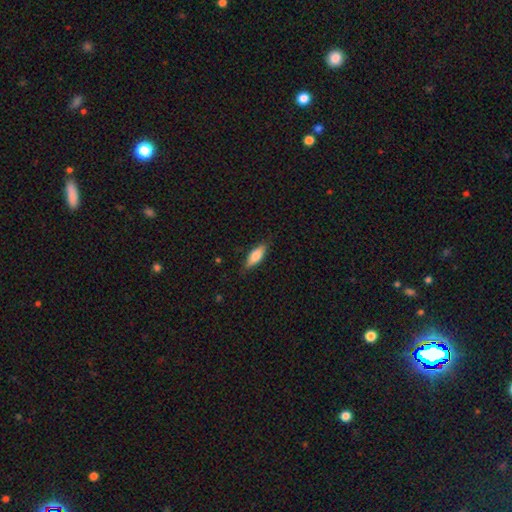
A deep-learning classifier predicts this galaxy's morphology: Smooth or featured? Predicted: smooth (p=0.73). How rounded? Predicted: in between (p=0.61). Merging? Predicted: none (p=0.82).